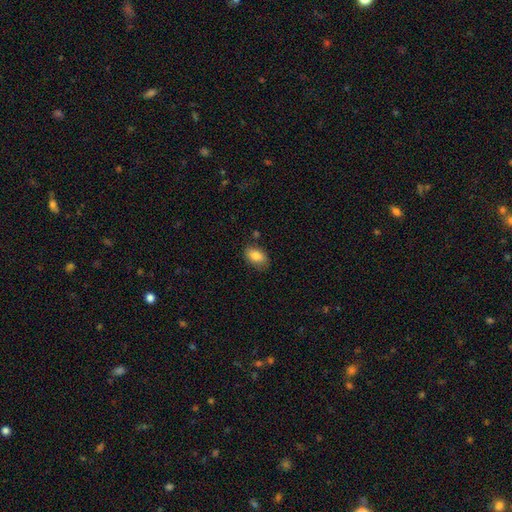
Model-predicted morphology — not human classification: Smooth or featured? Predicted: smooth (p=0.84). How rounded? Predicted: in between (p=0.90). Merging? Predicted: none (p=0.80).